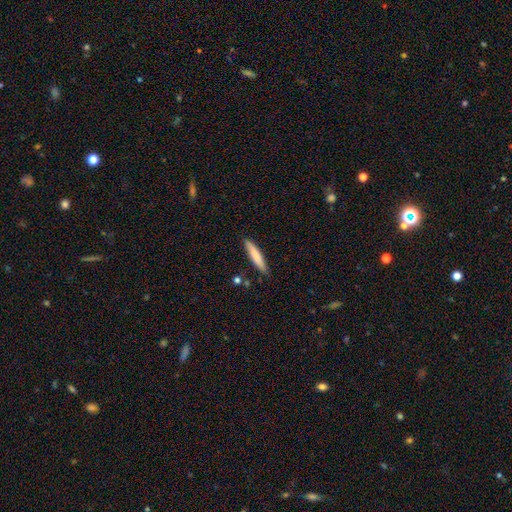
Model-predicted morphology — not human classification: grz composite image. It shows a smooth galaxy with no disk features (78%) that is cigar-shaped (90%). Merging: none (87%).